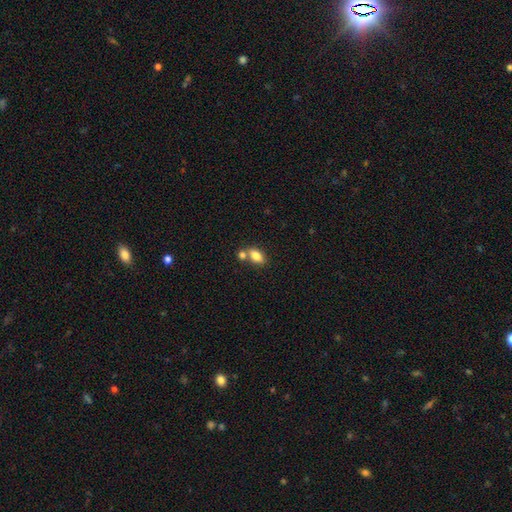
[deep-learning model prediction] This appears to be a smooth galaxy with no disk features (82%) that is in between round and cigar-shaped (86%). Merging: none (52%).